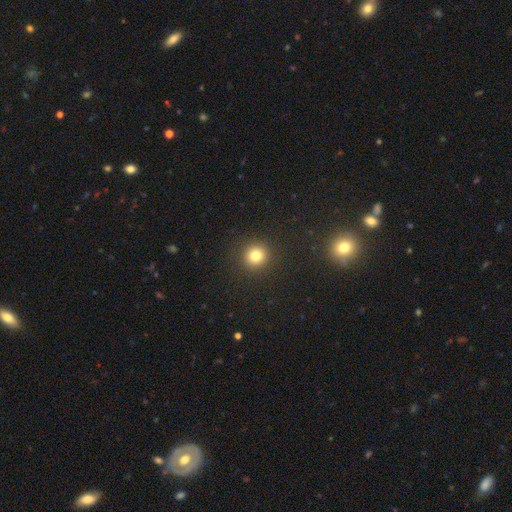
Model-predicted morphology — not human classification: Overall: smooth (80%). How rounded: round (93%). Merging: none (92%).